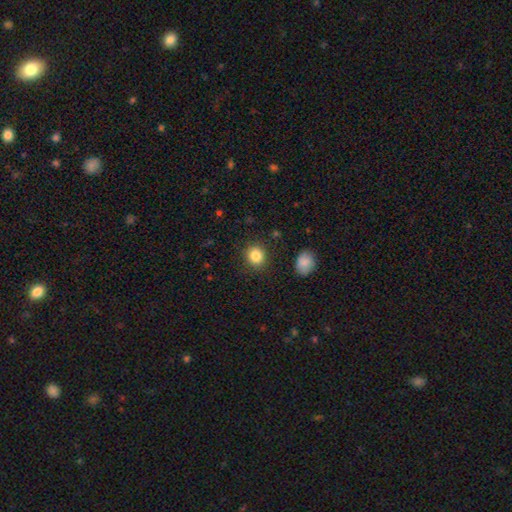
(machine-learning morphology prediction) A smooth galaxy with no disk features (85%) that is round (78%).

Vote fractions:
- Smooth or featured? smooth: 85% / star or artifact: 10% / featured or disk: 5%
- How rounded? round: 78% / in between: 21% / cigar-shaped: 1%
- Merging? none: 88% / minor disturbance: 8% / major disturbance: 3% / merger: 2%